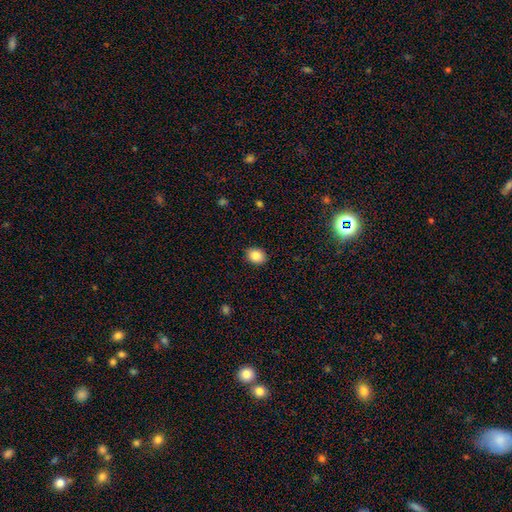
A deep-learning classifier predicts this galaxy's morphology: The model was most divided on "how rounded": in between: 53%, round: 46%, cigar-shaped: 1%. More confident: merging — none (90%); smooth or featured — smooth (86%).